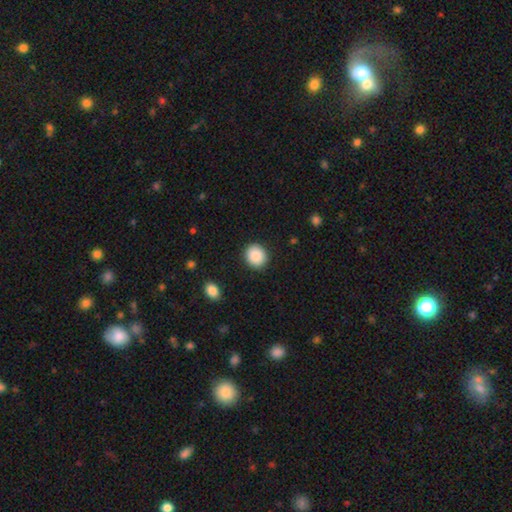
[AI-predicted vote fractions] A smooth galaxy with no disk features (89%) that is round (82%). Merging: none (90%).